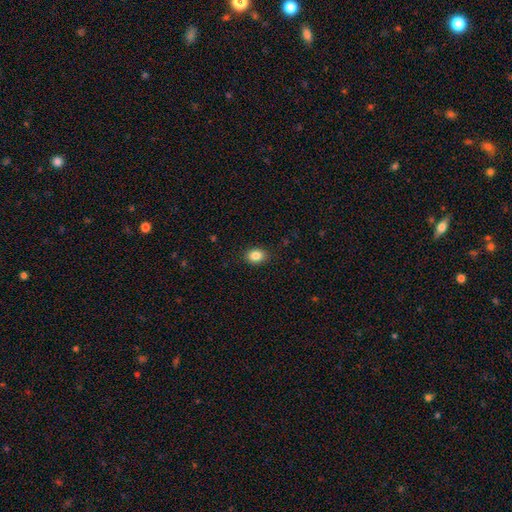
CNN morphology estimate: smooth-or-featured: smooth: 85% | star or artifact: 9% | featured or disk: 5%
  how-rounded: in between: 66% | round: 33% | cigar-shaped: 1%
  merging: none: 88% | minor disturbance: 9% | major disturbance: 2% | merger: 1%